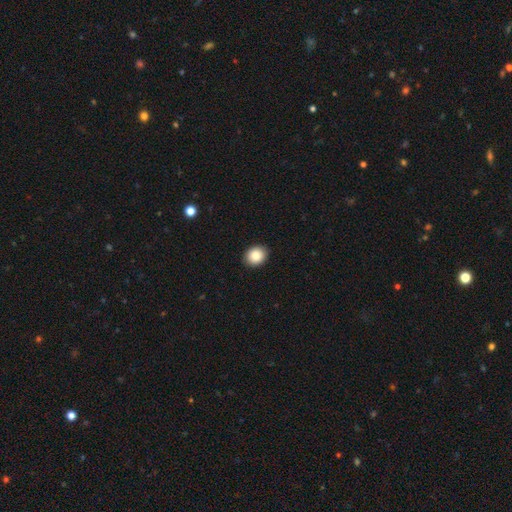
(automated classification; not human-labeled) Overall: smooth (86%). How rounded: round (64%; in between 36%). Merging: none (91%).